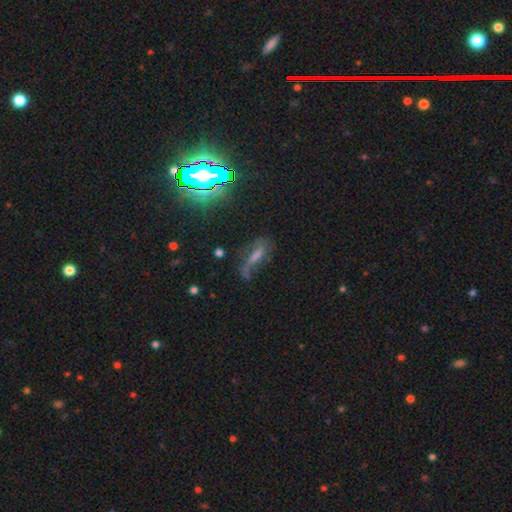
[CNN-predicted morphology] smooth-or-featured: featured or disk: 46% | star or artifact: 27% | smooth: 27%
  merging: none: 43% | major disturbance: 28% | minor disturbance: 24% | merger: 6%